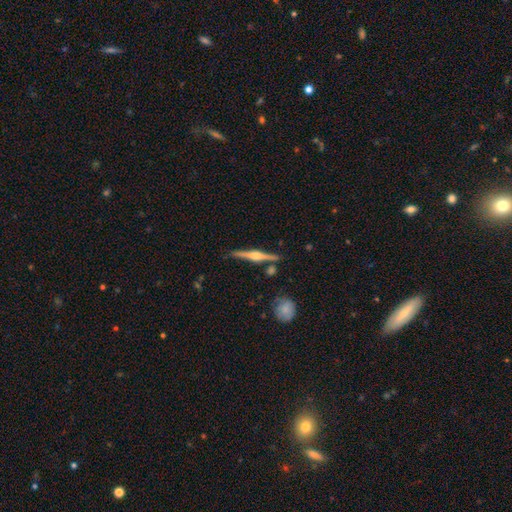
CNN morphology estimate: This is likely a featured or disk galaxy (78%). It is clearly viewed edge-on (98%). Edge-on bulge: clearly rounded (89%). Merging: clearly none (85%).